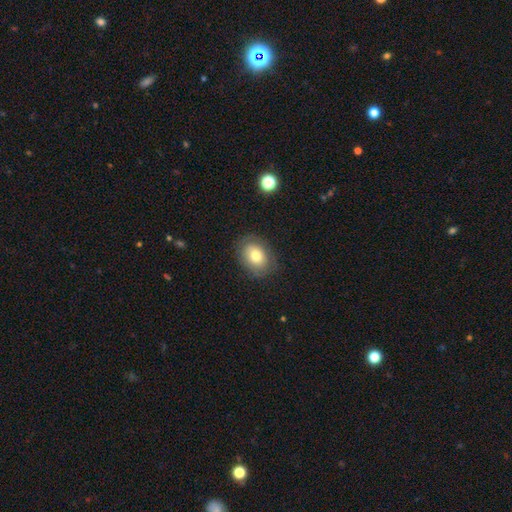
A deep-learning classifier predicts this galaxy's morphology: smooth_or_featured: smooth (p=0.73) [alt: featured or disk p=0.18]
how_rounded: in between (p=0.63) [alt: round p=0.36]
merging: none (p=0.82) [alt: minor disturbance p=0.12]